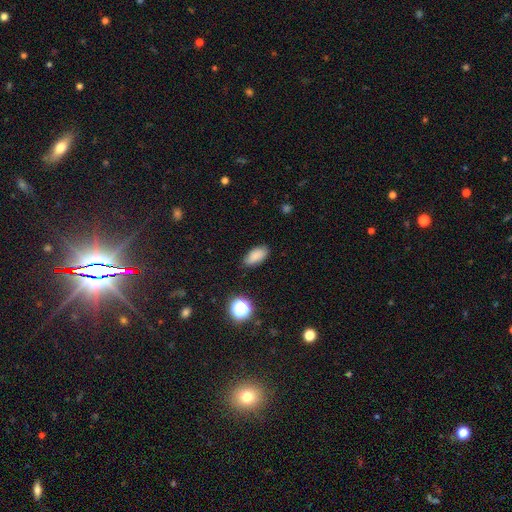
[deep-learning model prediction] This appears to be a smooth galaxy with no disk features (84%) that is in between round and cigar-shaped (90%). Merging: none (83%).